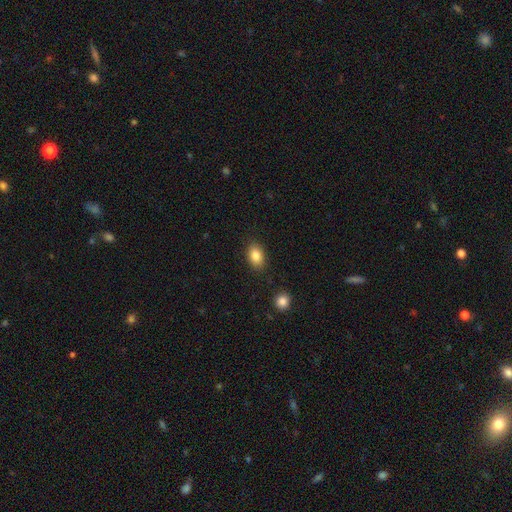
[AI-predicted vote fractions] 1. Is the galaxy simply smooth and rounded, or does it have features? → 85% smooth, 9% star or artifact, 6% featured or disk.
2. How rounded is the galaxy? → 82% in between, 16% round, 1% cigar-shaped.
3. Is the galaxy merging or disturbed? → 87% none, 9% minor disturbance, 3% major disturbance, 2% merger.